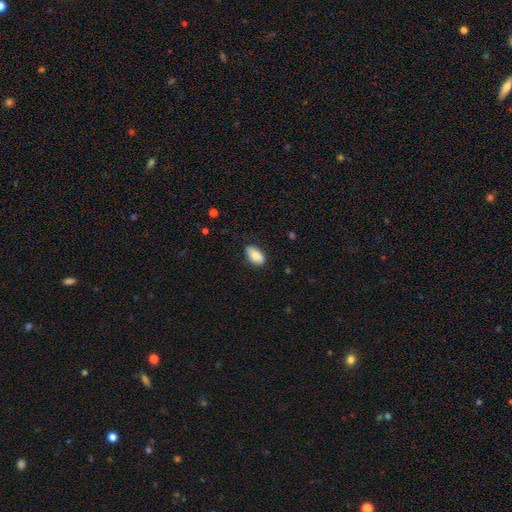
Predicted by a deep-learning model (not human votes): Smooth or featured?
  - smooth: 86% *
  - featured or disk: 8%
  - star or artifact: 7%
How rounded?
  - in between: 93% *
  - round: 4%
  - cigar-shaped: 3%
Merging?
  - none: 77% *
  - minor disturbance: 19%
  - major disturbance: 3%
  - merger: 1%